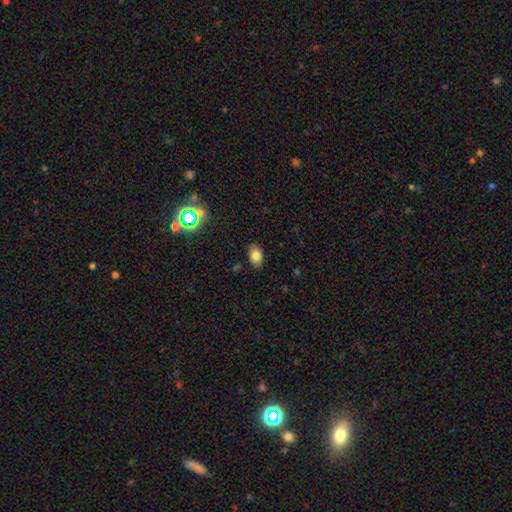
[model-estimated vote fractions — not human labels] This is clearly a smooth galaxy (81%). How rounded: clearly in between (83%). Merging: clearly none (86%).